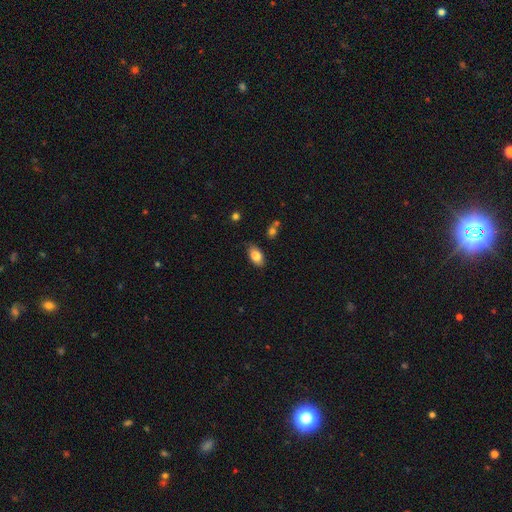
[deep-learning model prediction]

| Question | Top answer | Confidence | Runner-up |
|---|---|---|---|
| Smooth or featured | smooth | 81% | featured or disk (11%) |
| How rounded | in between | 91% | round (6%) |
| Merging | none | 81% | minor disturbance (15%) |